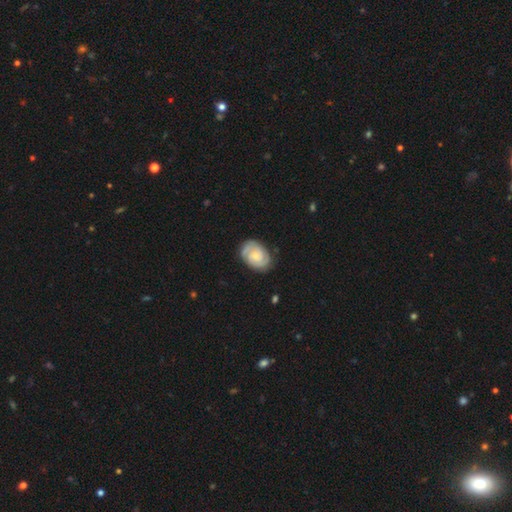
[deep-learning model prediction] smooth_or_featured: featured or disk (p=0.77) [alt: smooth p=0.18]
disk_edge_on: no (p=0.97) [alt: yes p=0.03]
bar: no (p=0.67) [alt: weak p=0.29]
has_spiral_arms: yes (p=0.95) [alt: no p=0.05]
spiral_winding: tight (p=0.66) [alt: medium p=0.28]
spiral_arm_count: 2 (p=0.65) [alt: can't tell p=0.16]
bulge_size: small (p=0.59) [alt: moderate p=0.34]
merging: none (p=0.79) [alt: minor disturbance p=0.16]